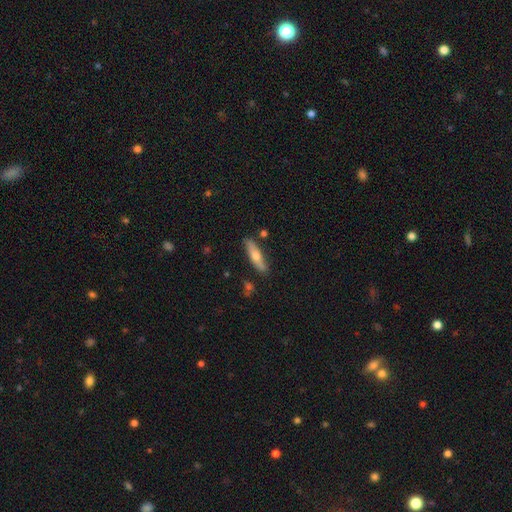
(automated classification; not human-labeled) Smooth or featured: smooth — 52% (featured or disk — 42%)
How rounded: cigar-shaped — 77% (in between — 21%)
Merging: none — 85% (minor disturbance — 11%)